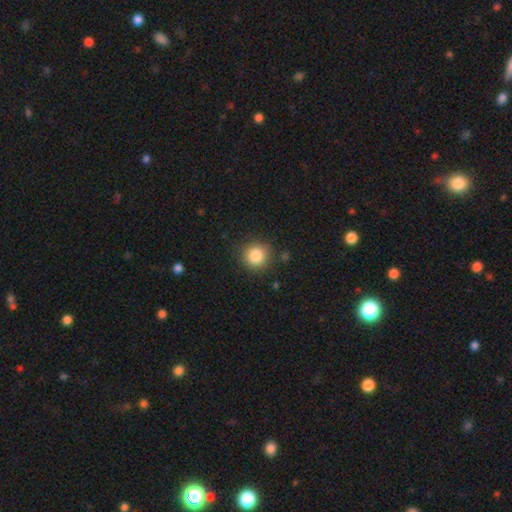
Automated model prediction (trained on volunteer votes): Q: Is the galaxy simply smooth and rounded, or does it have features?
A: smooth — 84%.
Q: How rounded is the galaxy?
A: round — 92%.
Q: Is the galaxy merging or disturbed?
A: none — 87%.